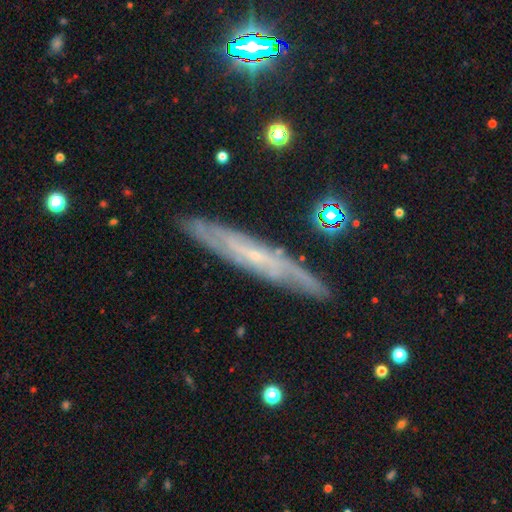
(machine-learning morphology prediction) A featured or disk galaxy (74%) viewed edge-on (62%).

Vote fractions:
- Smooth or featured? featured or disk: 74% / smooth: 17% / star or artifact: 9%
- Edge-on disk? yes: 62% / no: 38%
- Merging? none: 84% / minor disturbance: 12% / major disturbance: 2% / merger: 2%